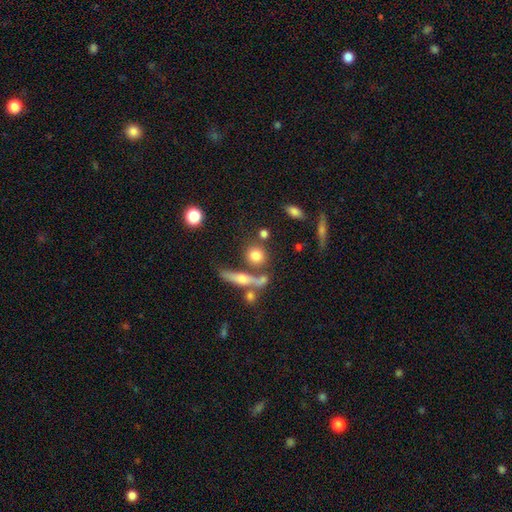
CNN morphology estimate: This is likely a smooth galaxy (73%). How rounded: likely round (75%). Merging: likely none (64%).